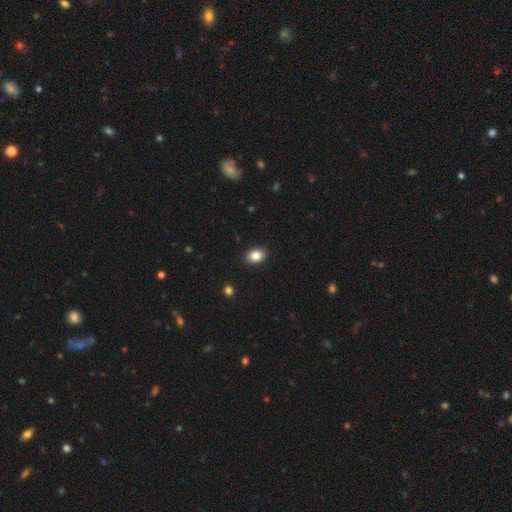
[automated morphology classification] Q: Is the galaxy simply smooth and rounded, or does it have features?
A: smooth — 85%.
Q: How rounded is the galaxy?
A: in between — 70%.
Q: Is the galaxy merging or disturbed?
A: none — 91%.